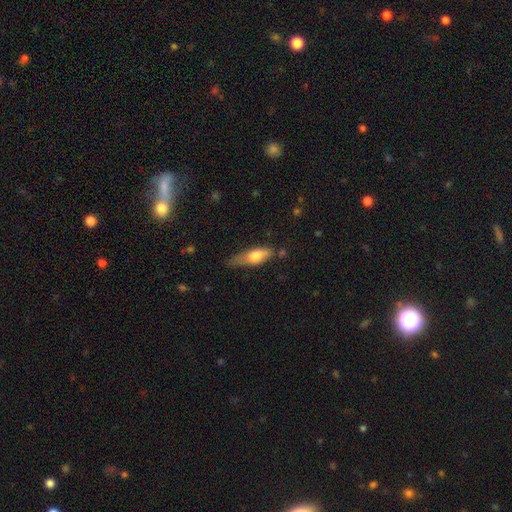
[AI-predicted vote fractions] Morphology: type=smooth (66%); roundness=in between (56%); merging=none (46%).